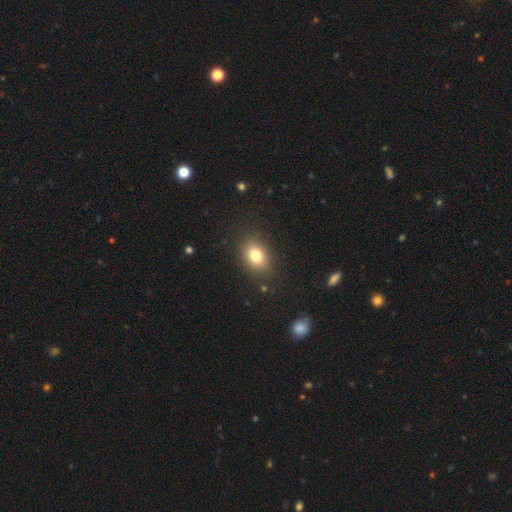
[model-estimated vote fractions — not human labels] smooth-or-featured: smooth: 80% | star or artifact: 11% | featured or disk: 9%
  how-rounded: in between: 66% | round: 32% | cigar-shaped: 1%
  merging: none: 86% | minor disturbance: 10% | major disturbance: 3% | merger: 1%